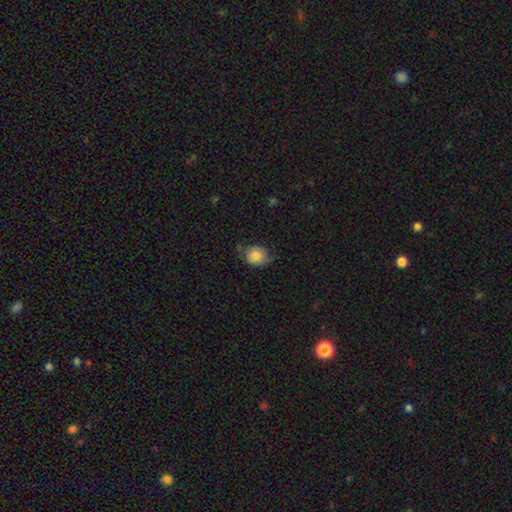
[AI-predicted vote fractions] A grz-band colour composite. It shows a smooth galaxy with no disk features (80%) that is round (68%). Merging: none (61%).